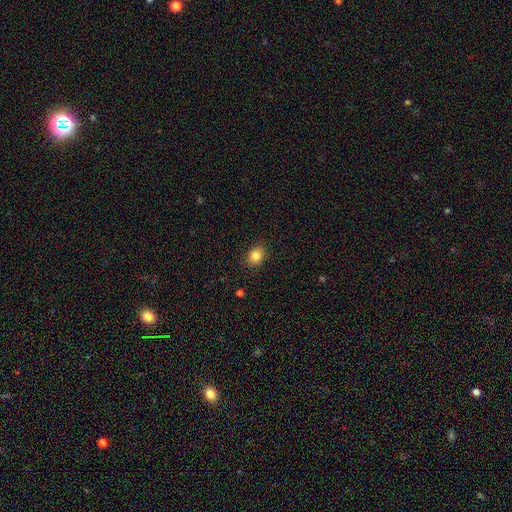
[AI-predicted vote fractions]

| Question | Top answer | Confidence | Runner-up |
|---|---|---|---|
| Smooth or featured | smooth | 84% | star or artifact (10%) |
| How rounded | round | 53% | in between (46%) |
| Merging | none | 89% | minor disturbance (8%) |